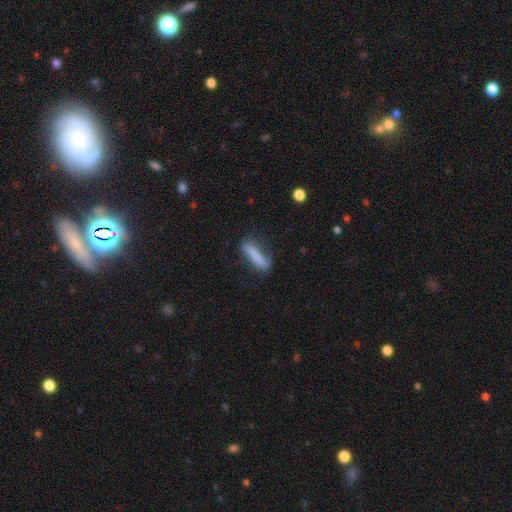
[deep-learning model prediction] This appears to be a smooth galaxy with no disk features (77%) that is cigar-shaped (83%). Merging: none (68%).